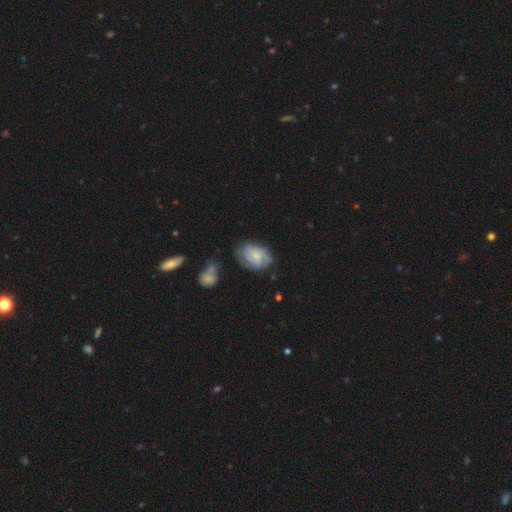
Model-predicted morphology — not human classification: smooth-or-featured: featured or disk: 58% | smooth: 35% | star or artifact: 7%
  disk-edge-on: no: 97% | yes: 3%
    bar: no: 63% | weak: 33% | strong: 5%
    has-spiral-arms: yes: 85% | no: 15%
    bulge-size: small: 59% | moderate: 25% | none: 12% | large: 2% | dominant: 1%
  merging: none: 61% | minor disturbance: 25% | major disturbance: 10% | merger: 4%